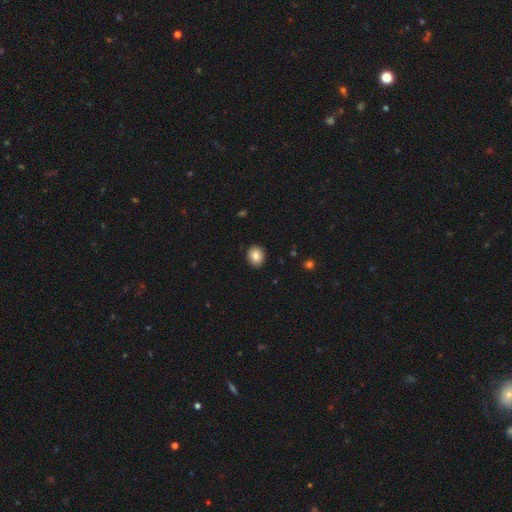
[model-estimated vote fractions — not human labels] smooth-or-featured: smooth: 85% | star or artifact: 8% | featured or disk: 7%
  how-rounded: round: 57% | in between: 42% | cigar-shaped: 1%
  merging: none: 90% | minor disturbance: 7% | major disturbance: 2% | merger: 1%